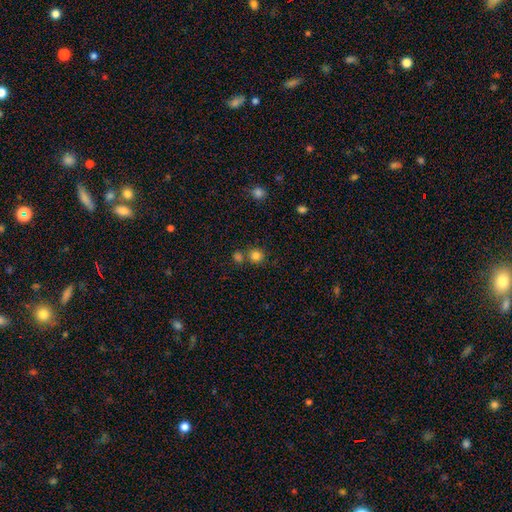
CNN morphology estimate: Smooth or featured? smooth (82%)
How rounded? round (90%)
Merging? none (69%)